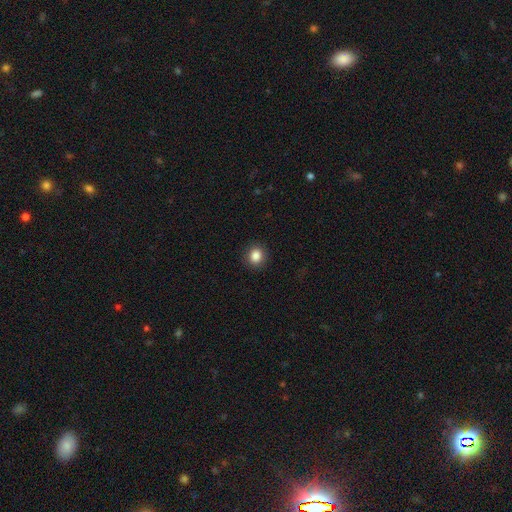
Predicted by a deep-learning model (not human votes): The model was most divided on "how rounded": round: 79%, in between: 20%, cigar-shaped: 1%. More confident: merging — none (90%); smooth or featured — smooth (86%).